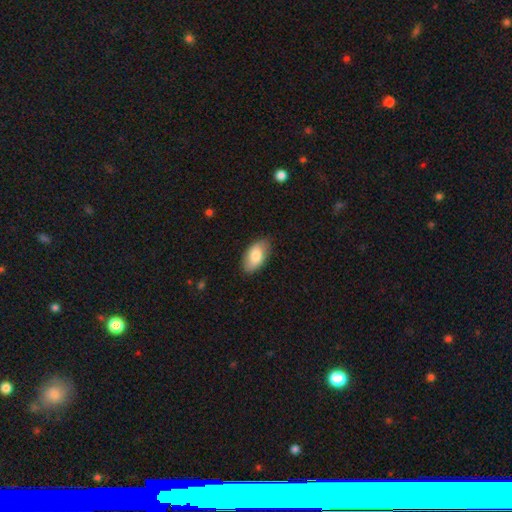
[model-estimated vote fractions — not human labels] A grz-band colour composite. It shows a smooth galaxy with no disk features (79%) that is in between round and cigar-shaped (94%). Merging: none (83%).